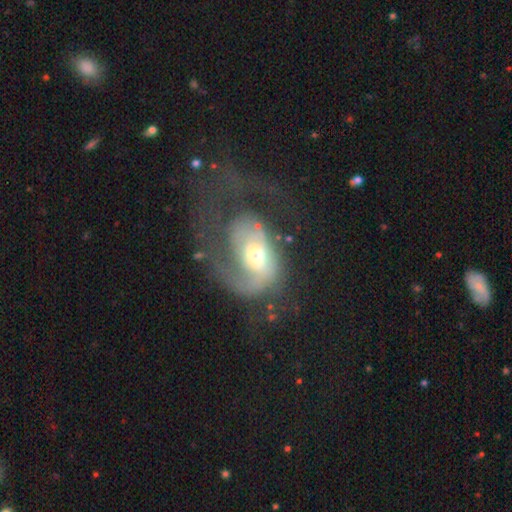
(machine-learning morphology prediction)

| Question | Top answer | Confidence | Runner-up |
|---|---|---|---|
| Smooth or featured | featured or disk | 70% | smooth (23%) |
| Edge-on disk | no | 96% | yes (4%) |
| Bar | no | 65% | weak (27%) |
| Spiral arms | yes | 78% | no (22%) |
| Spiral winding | medium | 36% | loose (35%) |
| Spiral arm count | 1 | 58% | 2 (21%) |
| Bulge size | moderate | 59% | small (30%) |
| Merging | major disturbance | 55% | none (26%) |